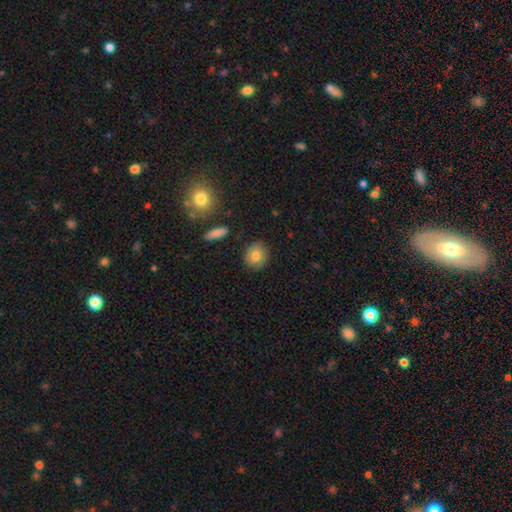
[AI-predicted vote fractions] This is likely a smooth galaxy (79%). How rounded: likely round (76%). Merging: clearly none (87%).